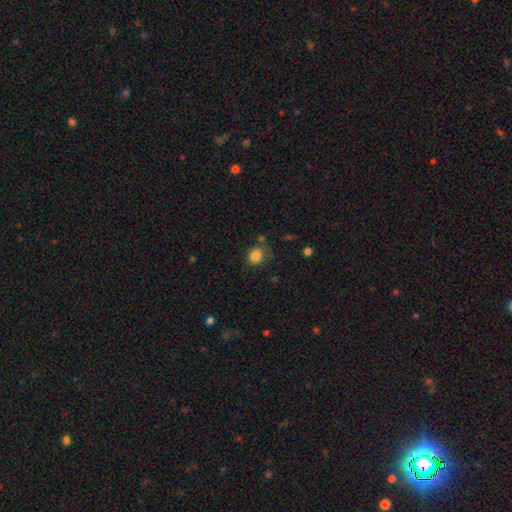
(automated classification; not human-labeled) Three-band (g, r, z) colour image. It shows a smooth galaxy with no disk features (84%) that is round (76%). Merging: none (69%).